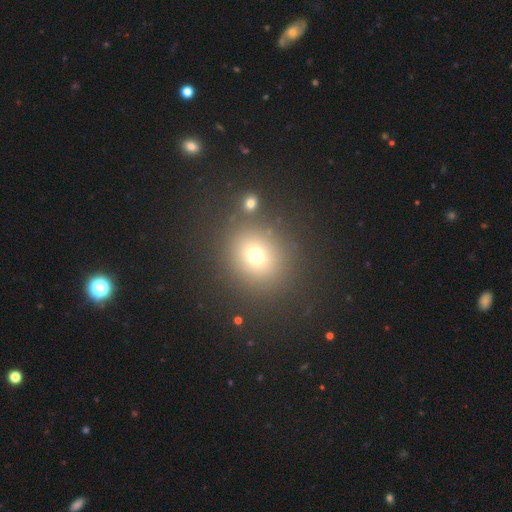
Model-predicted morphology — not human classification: This is likely a smooth galaxy (69%). How rounded: likely round (79%). Merging: clearly none (81%).